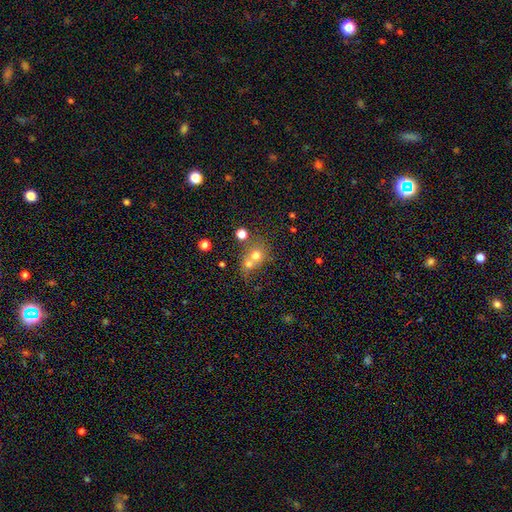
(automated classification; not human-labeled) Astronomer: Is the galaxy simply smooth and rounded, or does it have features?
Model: smooth — 65%.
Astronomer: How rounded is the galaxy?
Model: round — 77%.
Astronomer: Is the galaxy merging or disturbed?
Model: merger — 56% (runner-up: none, 33%).